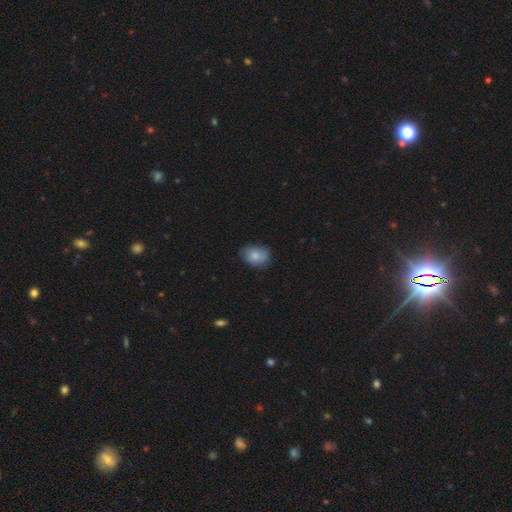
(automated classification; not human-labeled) A smooth galaxy with no disk features (82%) that is in between round and cigar-shaped (73%). Merging: none (68%).